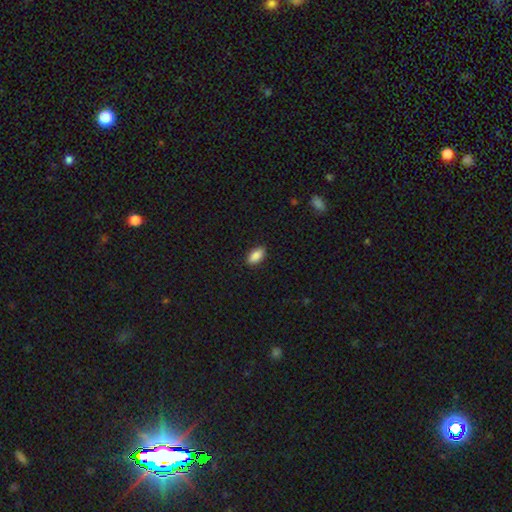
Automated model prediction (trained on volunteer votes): Smooth or featured?
  - smooth: 88% *
  - star or artifact: 7%
  - featured or disk: 5%
How rounded?
  - in between: 91% *
  - cigar-shaped: 6%
  - round: 3%
Merging?
  - none: 89% *
  - minor disturbance: 9%
  - major disturbance: 2%
  - merger: 1%